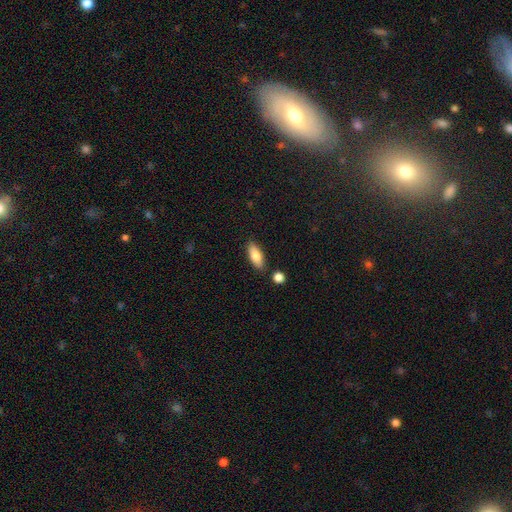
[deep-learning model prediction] This appears to be a smooth galaxy with no disk features (82%) that is in between round and cigar-shaped (81%). Merging: none (84%).